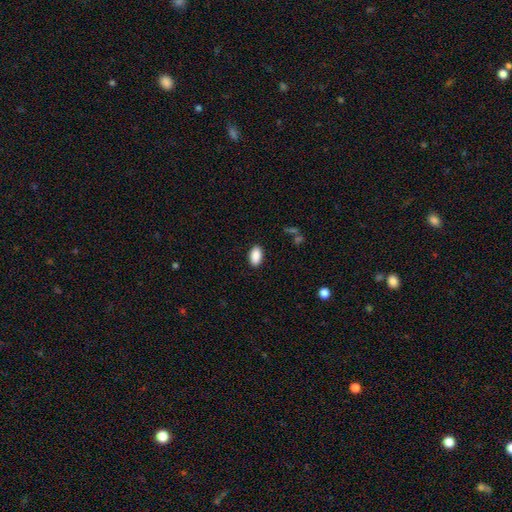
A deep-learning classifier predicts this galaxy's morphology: Smooth or featured?
  - smooth: 89% *
  - star or artifact: 7%
  - featured or disk: 3%
How rounded?
  - in between: 94% *
  - round: 4%
  - cigar-shaped: 2%
Merging?
  - none: 89% *
  - minor disturbance: 8%
  - major disturbance: 2%
  - merger: 1%